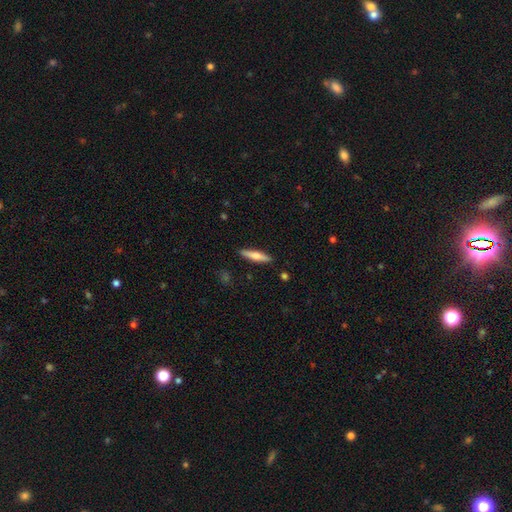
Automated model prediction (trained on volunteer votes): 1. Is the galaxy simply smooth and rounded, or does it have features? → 64% smooth, 31% featured or disk, 6% star or artifact.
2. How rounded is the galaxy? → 82% cigar-shaped, 16% in between, 2% round.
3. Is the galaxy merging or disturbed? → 89% none, 8% minor disturbance, 2% major disturbance, 1% merger.